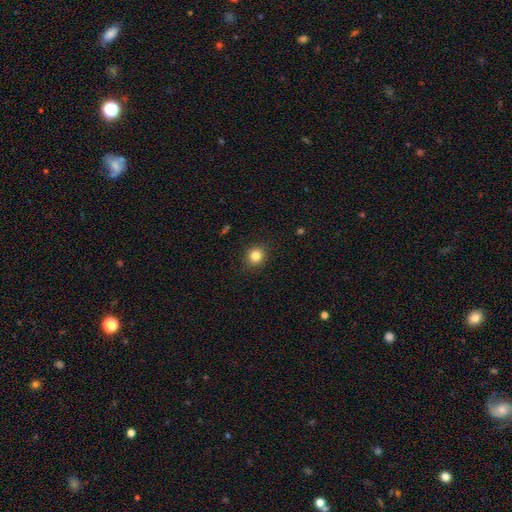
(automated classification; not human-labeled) Q: Smooth or featured?
A: smooth (83%); runner-up: star or artifact (11%)
Q: How rounded?
A: round (87%); runner-up: in between (12%)
Q: Merging?
A: none (90%); runner-up: minor disturbance (7%)